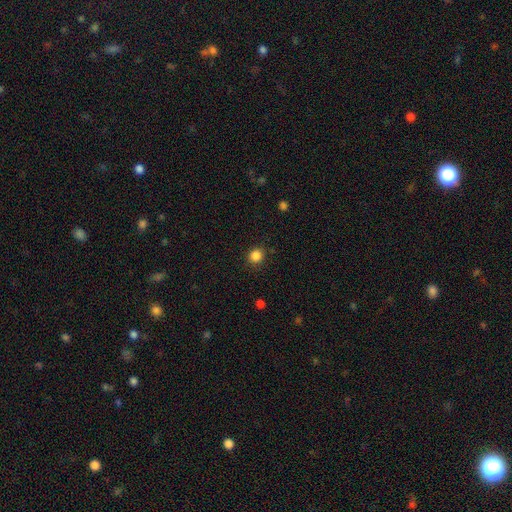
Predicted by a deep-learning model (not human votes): A smooth galaxy with no disk features (85%) that is round (89%). Merging: none (88%).